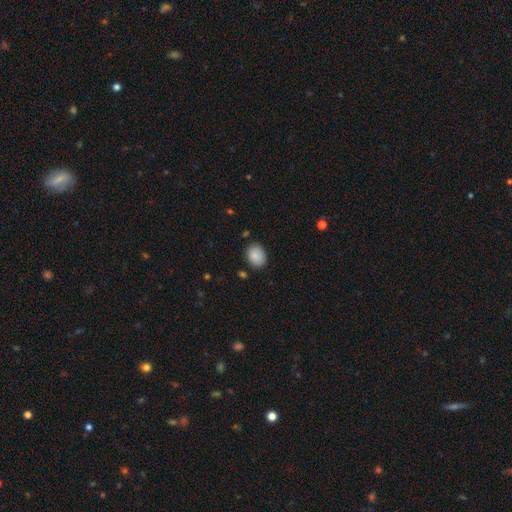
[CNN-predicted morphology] type=smooth (88%); roundness=in between (66%); merging=none (82%).